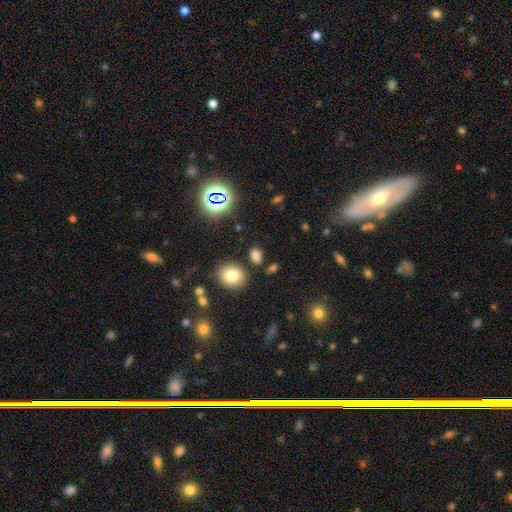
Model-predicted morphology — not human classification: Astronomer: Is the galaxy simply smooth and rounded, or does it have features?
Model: smooth — 74%.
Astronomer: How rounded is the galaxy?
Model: in between — 74%.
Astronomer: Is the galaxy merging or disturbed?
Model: none — 79%.